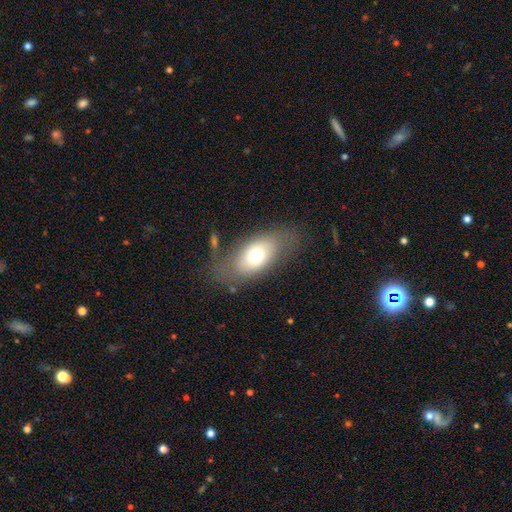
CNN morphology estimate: Overall: smooth (65%; featured or disk 27%). How rounded: in between (87%). Merging: none (70%).